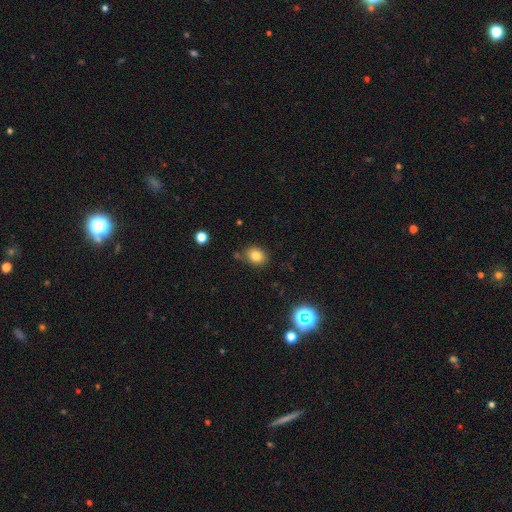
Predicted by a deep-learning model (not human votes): This is likely a smooth galaxy (79%). How rounded: possibly round (52%). Merging: likely none (76%).